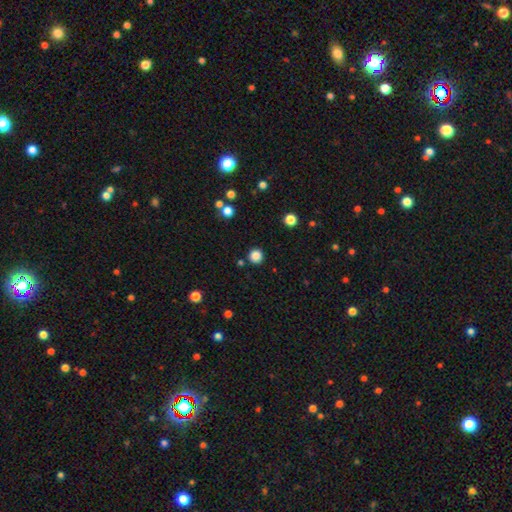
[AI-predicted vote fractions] A smooth galaxy with no disk features (84%) that is round (95%). Merging: none (90%).